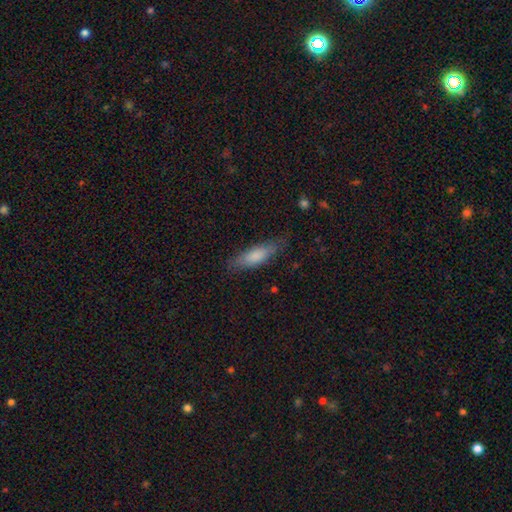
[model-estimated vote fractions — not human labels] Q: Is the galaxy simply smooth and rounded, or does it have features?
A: smooth — 79%.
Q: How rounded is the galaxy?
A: cigar-shaped — 52%.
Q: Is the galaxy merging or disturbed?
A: none — 77%.